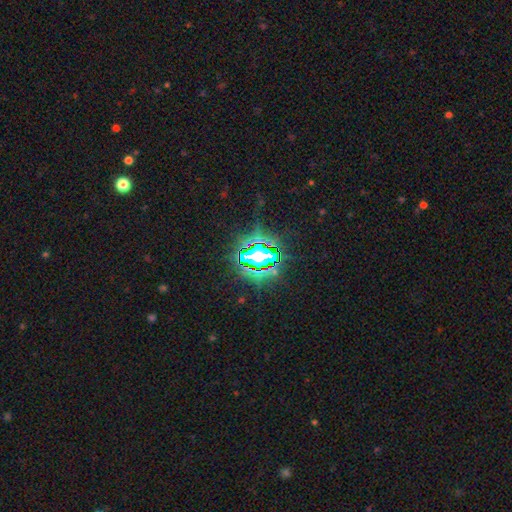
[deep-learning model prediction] Morphology: type=star or artifact (77%).